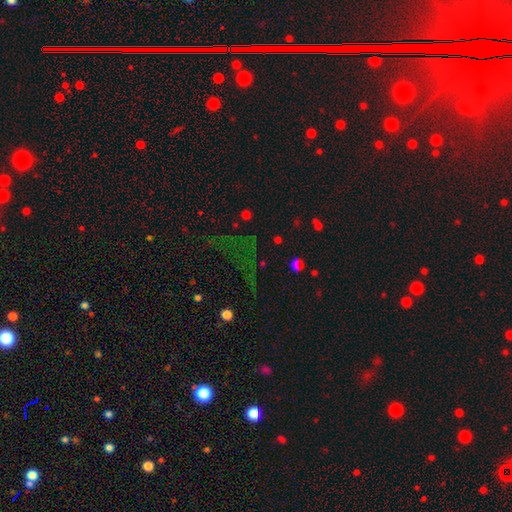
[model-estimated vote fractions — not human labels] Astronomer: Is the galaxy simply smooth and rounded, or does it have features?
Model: star or artifact — 79%.